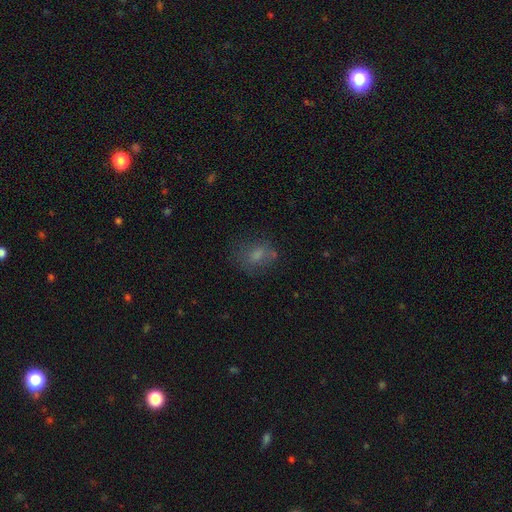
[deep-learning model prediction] Morphology: type=smooth (57%); roundness=in between (53%); merging=none (65%).